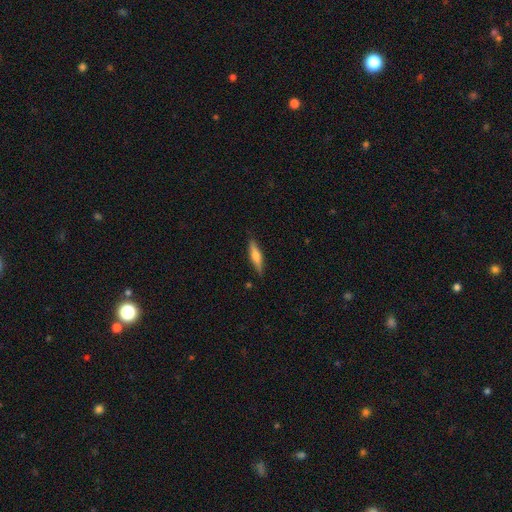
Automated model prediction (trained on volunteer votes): Q: Smooth or featured?
A: smooth (50%); runner-up: featured or disk (44%)
Q: How rounded?
A: cigar-shaped (80%); runner-up: in between (19%)
Q: Merging?
A: none (87%); runner-up: minor disturbance (10%)